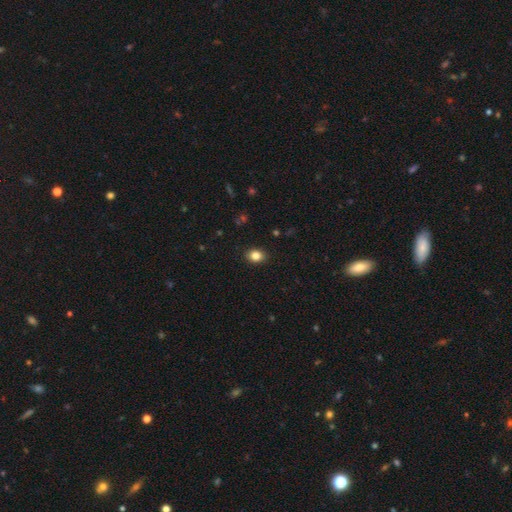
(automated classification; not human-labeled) The model was most divided on "how rounded": in between: 60%, round: 39%, cigar-shaped: 1%. More confident: merging — none (89%); smooth or featured — smooth (84%).